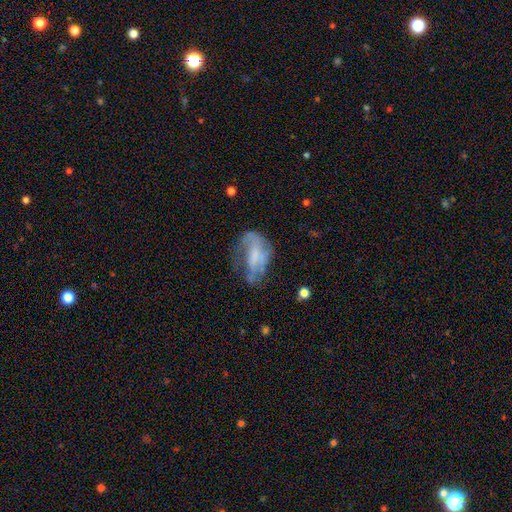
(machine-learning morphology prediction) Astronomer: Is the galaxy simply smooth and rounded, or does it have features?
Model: featured or disk — 49% (runner-up: smooth, 40%).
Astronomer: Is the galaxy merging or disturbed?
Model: major disturbance — 37% (runner-up: none, 32%).